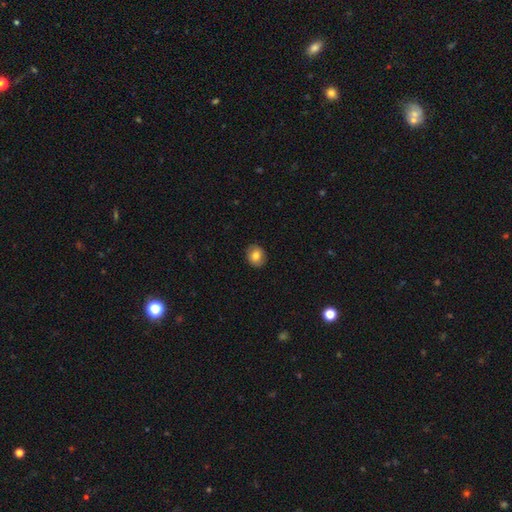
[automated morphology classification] Smooth or featured: smooth — 79% (featured or disk — 12%)
How rounded: round — 64% (in between — 35%)
Merging: none — 89% (minor disturbance — 8%)